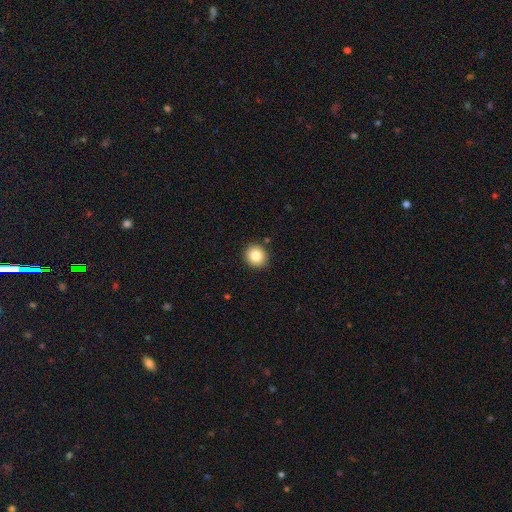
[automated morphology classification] smooth 83%, star or artifact 10%, featured or disk 7%. Down the decision tree: how rounded — round (91%); merging — none (89%).